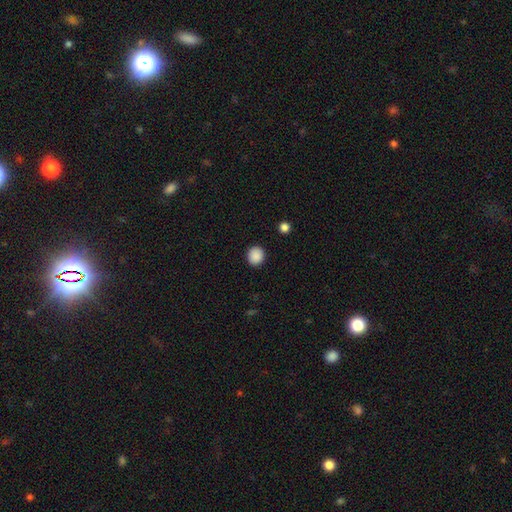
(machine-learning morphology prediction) This appears to be a smooth galaxy with no disk features (89%) that is round (83%). Merging: none (91%).